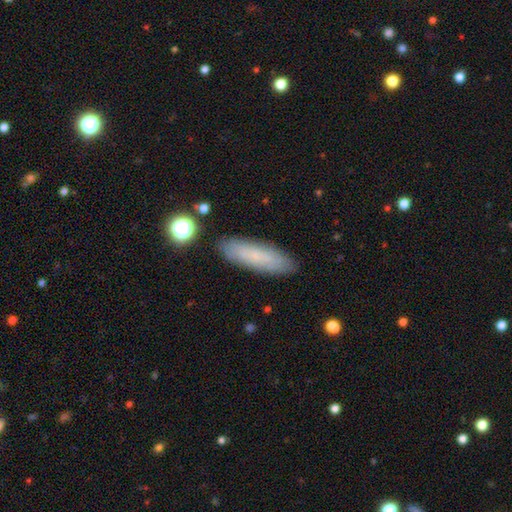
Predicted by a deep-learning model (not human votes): A smooth galaxy with no disk features (71%) that is cigar-shaped (61%).

Vote fractions:
- Smooth or featured? smooth: 71% / featured or disk: 20% / star or artifact: 9%
- How rounded? cigar-shaped: 61% / in between: 37% / round: 2%
- Merging? none: 86% / minor disturbance: 10% / major disturbance: 2% / merger: 2%